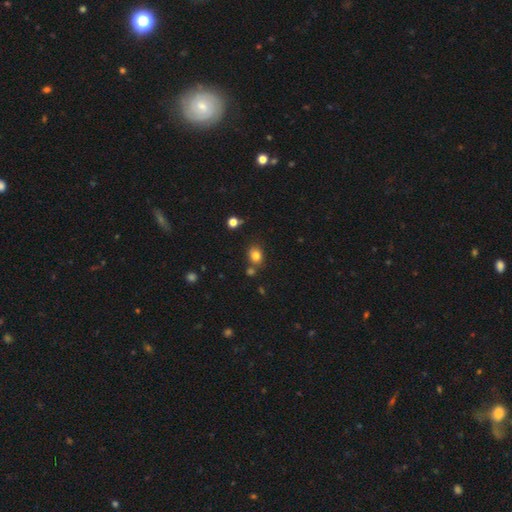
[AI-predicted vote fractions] A smooth galaxy with no disk features (80%) that is round (60%).

Vote fractions:
- Smooth or featured? smooth: 80% / star or artifact: 13% / featured or disk: 7%
- How rounded? round: 60% / in between: 39% / cigar-shaped: 1%
- Merging? none: 72% / minor disturbance: 13% / merger: 11% / major disturbance: 4%